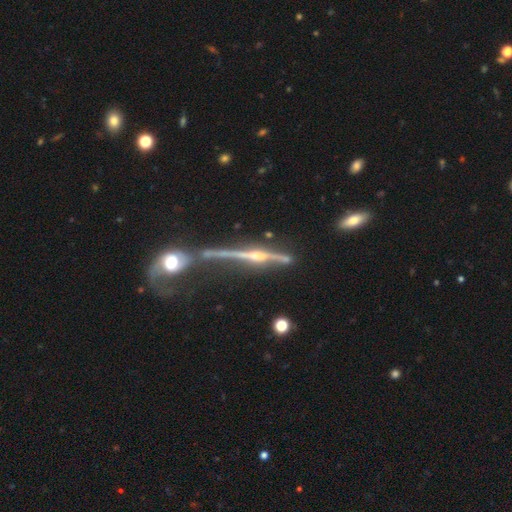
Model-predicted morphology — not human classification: Smooth or featured?
  - featured or disk: 84% *
  - star or artifact: 8%
  - smooth: 7%
Edge-on disk?
  - yes: 95% *
  - no: 5%
Edge-on bulge?
  - rounded: 85% *
  - none: 8%
  - boxy: 7%
Merging?
  - none: 65% *
  - merger: 15%
  - minor disturbance: 14%
  - major disturbance: 6%